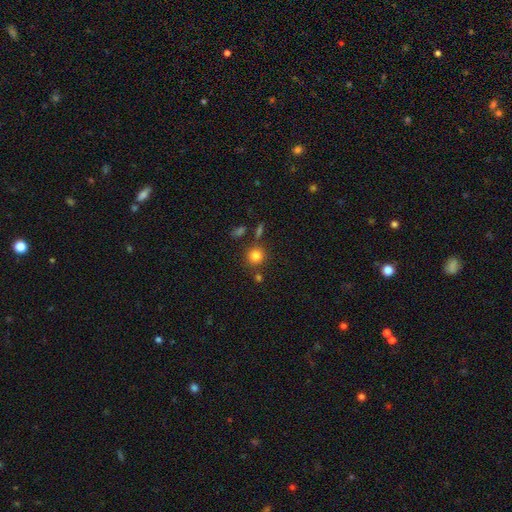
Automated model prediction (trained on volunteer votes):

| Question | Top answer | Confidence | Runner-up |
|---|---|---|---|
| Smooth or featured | smooth | 81% | star or artifact (12%) |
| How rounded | round | 92% | in between (7%) |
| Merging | none | 80% | minor disturbance (9%) |